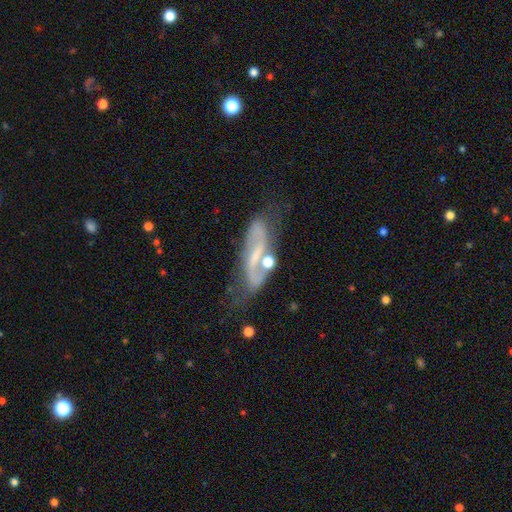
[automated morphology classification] A featured or disk galaxy (80%) with a weak bar (41%), 2 (86%) loose (50%) spiral arms (88%) and a small central bulge (53%).

Vote fractions:
- Smooth or featured? featured or disk: 80% / smooth: 13% / star or artifact: 7%
- Edge-on disk? no: 87% / yes: 13%
- Bar? weak: 41% / strong: 37% / no: 23%
- Spiral arms? yes: 88% / no: 12%
- Spiral winding? loose: 50% / medium: 36% / tight: 15%
- Spiral arm count? 2: 86% / can't tell: 7% / 1: 4% / 3: 1% / 4: 1% / more than 4: 1%
- Bulge size? small: 53% / moderate: 25% / none: 19% / large: 2% / dominant: 1%
- Merging? none: 59% / minor disturbance: 21% / major disturbance: 12% / merger: 8%